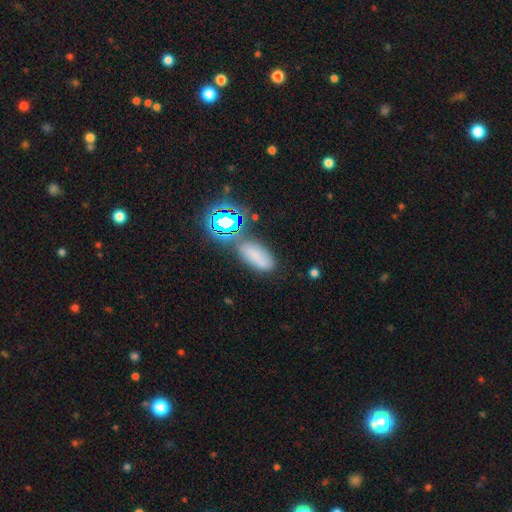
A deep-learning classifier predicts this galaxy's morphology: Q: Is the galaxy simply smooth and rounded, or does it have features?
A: smooth — 60%.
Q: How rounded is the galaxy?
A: in between — 80%.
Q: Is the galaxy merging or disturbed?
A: none — 62%.